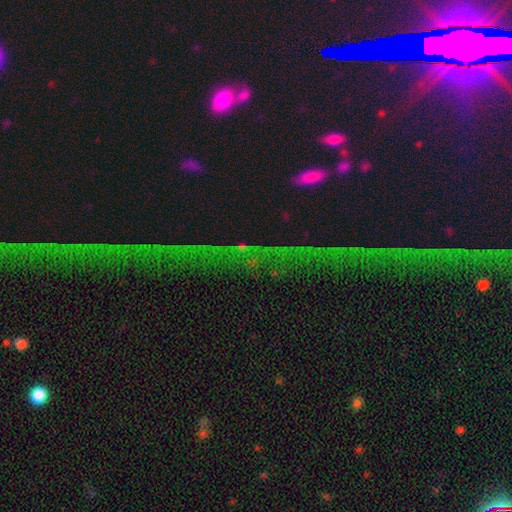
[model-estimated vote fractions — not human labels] The model was most divided on "smooth or featured": star or artifact: 72%, featured or disk: 14%, smooth: 14%.